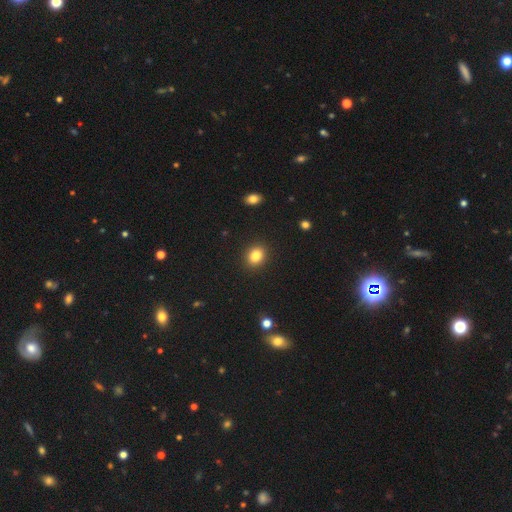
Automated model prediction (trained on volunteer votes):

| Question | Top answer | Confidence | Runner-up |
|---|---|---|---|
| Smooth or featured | smooth | 84% | star or artifact (10%) |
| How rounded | round | 52% | in between (47%) |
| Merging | none | 90% | minor disturbance (7%) |